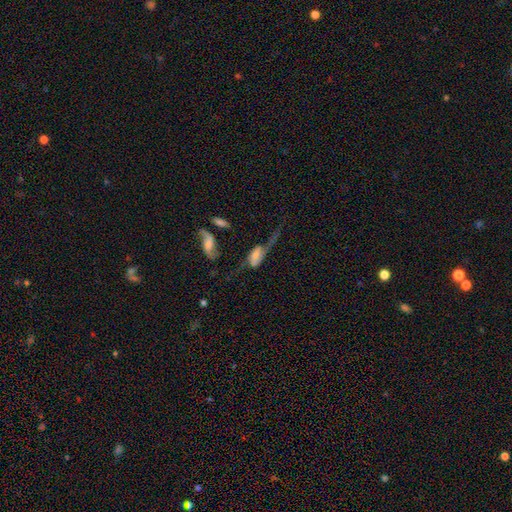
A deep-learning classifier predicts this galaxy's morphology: type=featured or disk (52%); edge-on=no (85%); merging=major disturbance (48%).